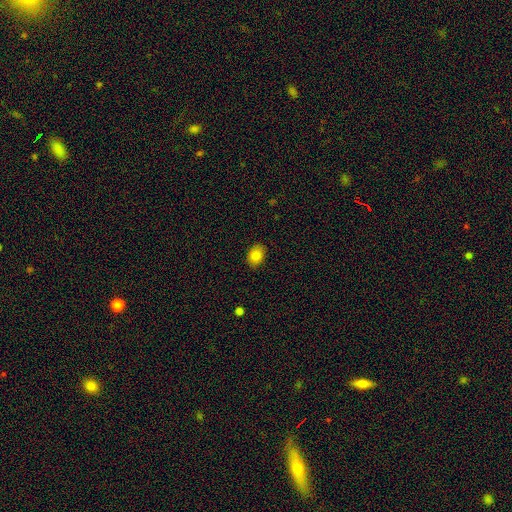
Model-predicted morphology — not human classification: smooth-or-featured: smooth: 82% | star or artifact: 9% | featured or disk: 9%
  how-rounded: in between: 67% | round: 32% | cigar-shaped: 1%
  merging: none: 87% | minor disturbance: 10% | major disturbance: 2% | merger: 1%